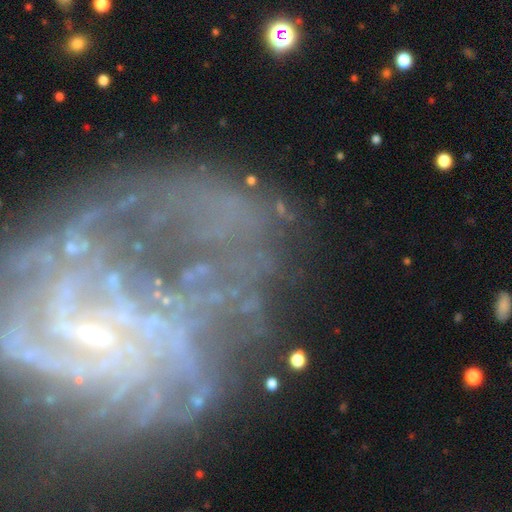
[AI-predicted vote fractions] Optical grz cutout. It shows a featured or disk galaxy (70%) with no bar (47%), spiral arms (69%) and a small central bulge (47%). Merging: none (56%).